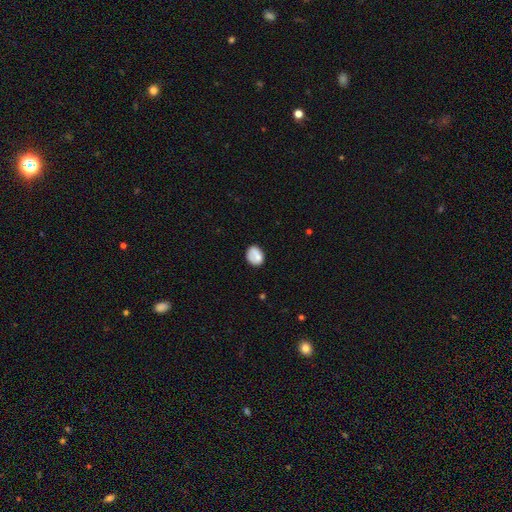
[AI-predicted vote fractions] Smooth or featured: smooth — 72% (featured or disk — 20%)
How rounded: in between — 54% (round — 45%)
Merging: none — 61% (minor disturbance — 23%)